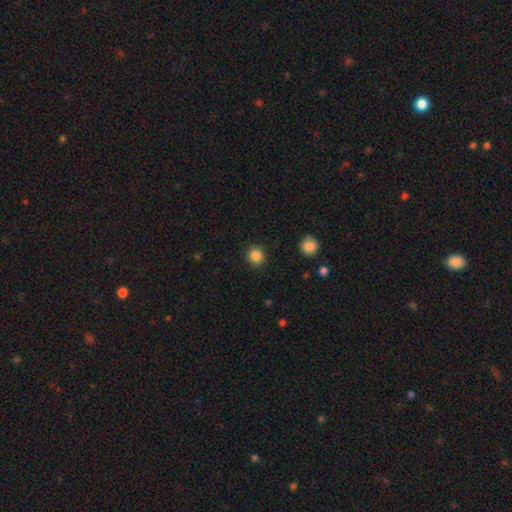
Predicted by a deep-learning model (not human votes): This is clearly a smooth galaxy (86%). How rounded: clearly round (89%). Merging: clearly none (91%).